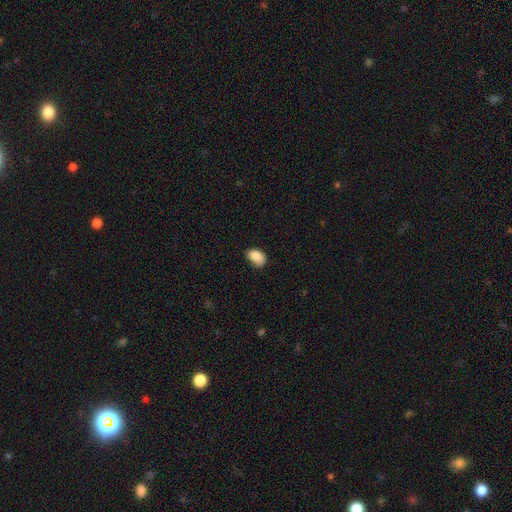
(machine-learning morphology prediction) Overall: smooth (85%). How rounded: in between (83%). Merging: none (54%; minor disturbance 35%).